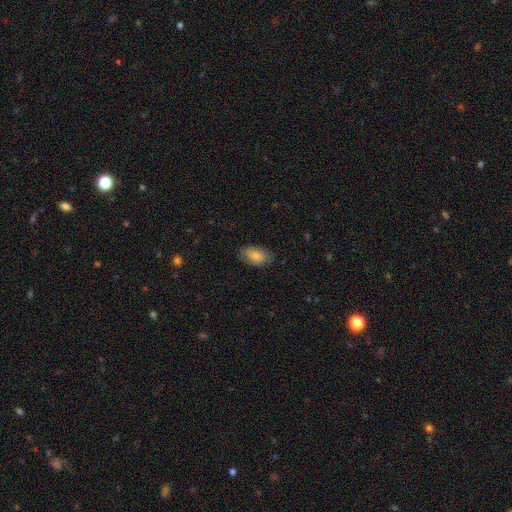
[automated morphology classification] Overall: smooth (76%). How rounded: in between (93%). Merging: none (76%).